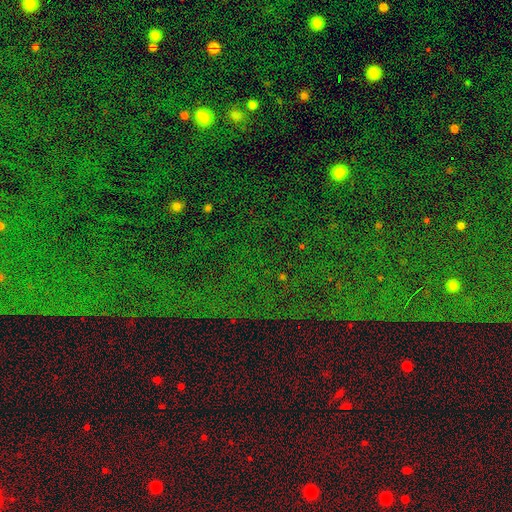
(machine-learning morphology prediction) This is likely a star or artifact rather than a galaxy (78%).